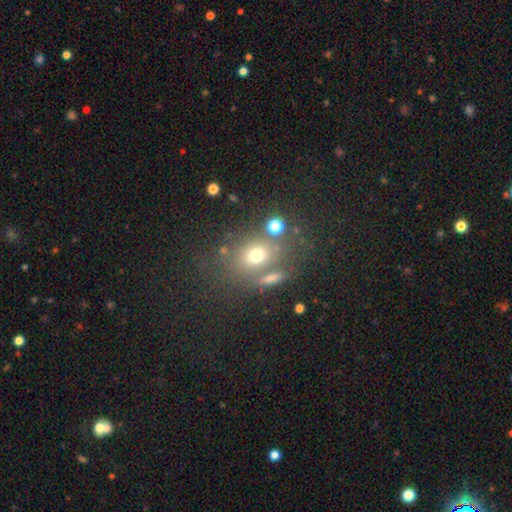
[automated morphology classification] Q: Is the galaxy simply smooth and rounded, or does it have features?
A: smooth — 68%.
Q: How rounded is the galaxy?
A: round — 52%.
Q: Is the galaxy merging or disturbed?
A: none — 63%.